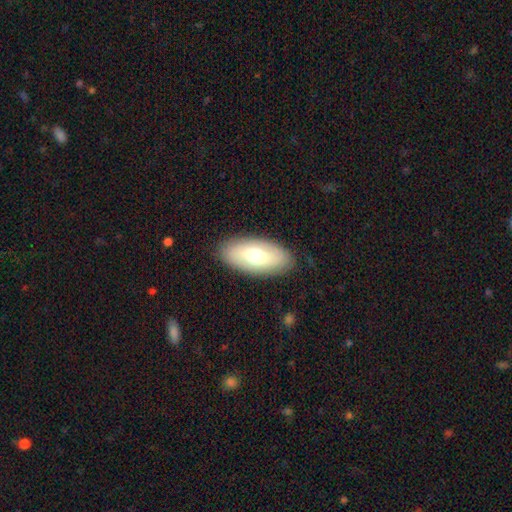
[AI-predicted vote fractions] smooth-or-featured: smooth: 63% | featured or disk: 30% | star or artifact: 7%
  how-rounded: in between: 91% | cigar-shaped: 6% | round: 3%
  merging: none: 86% | minor disturbance: 9% | major disturbance: 3% | merger: 1%